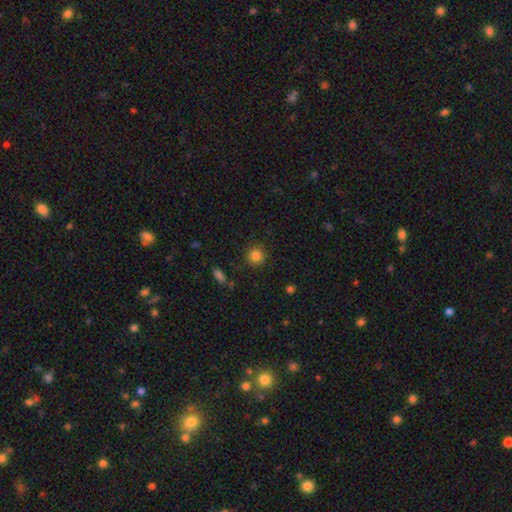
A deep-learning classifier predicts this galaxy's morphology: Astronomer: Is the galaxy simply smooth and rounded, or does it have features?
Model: smooth — 83%.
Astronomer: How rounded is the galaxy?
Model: round — 92%.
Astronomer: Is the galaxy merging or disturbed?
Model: none — 88%.